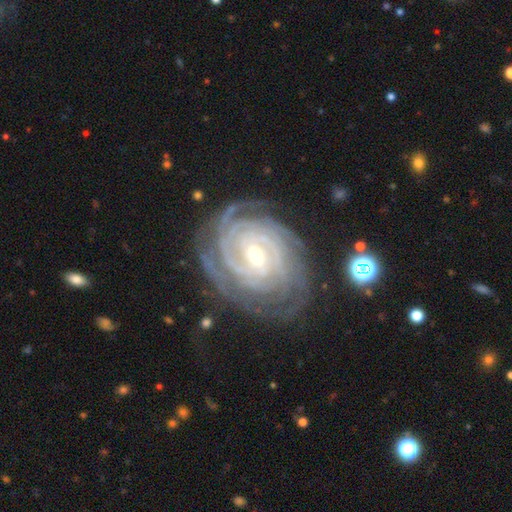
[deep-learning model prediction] Smooth or featured?
  - featured or disk: 92% *
  - star or artifact: 4%
  - smooth: 4%
Edge-on disk?
  - no: 97% *
  - yes: 3%
Bar?
  - weak: 48% *
  - strong: 31%
  - no: 21%
Spiral arms?
  - yes: 98% *
  - no: 2%
Spiral winding?
  - tight: 85% *
  - medium: 13%
  - loose: 2%
Spiral arm count?
  - 4: 32% *
  - can't tell: 21%
  - 3: 16%
  - more than 4: 14%
  - 2: 11%
  - 1: 7%
Bulge size?
  - small: 64% *
  - moderate: 33%
  - large: 1%
  - none: 1%
  - dominant: 1%
Merging?
  - none: 78% *
  - minor disturbance: 15%
  - major disturbance: 5%
  - merger: 1%